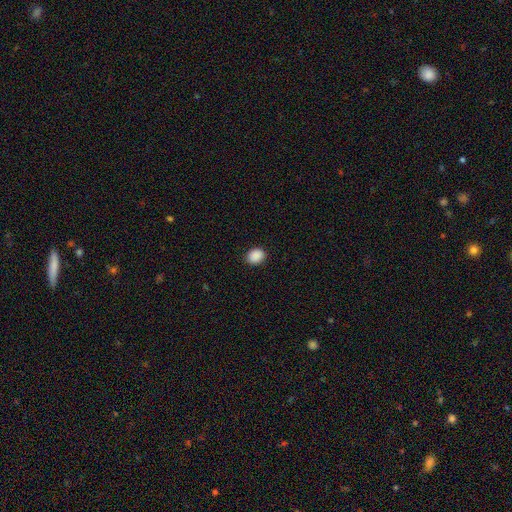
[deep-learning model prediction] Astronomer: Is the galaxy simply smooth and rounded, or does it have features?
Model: smooth — 90%.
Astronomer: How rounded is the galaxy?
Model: round — 57% (runner-up: in between, 42%).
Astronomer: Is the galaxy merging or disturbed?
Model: none — 90%.